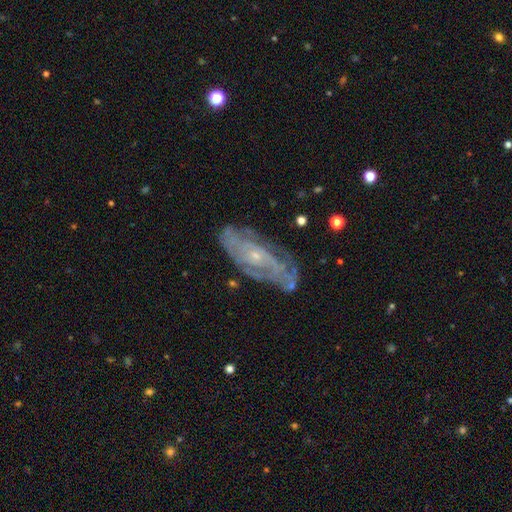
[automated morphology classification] Smooth or featured?
  - featured or disk: 79% *
  - smooth: 13%
  - star or artifact: 7%
Edge-on disk?
  - no: 88% *
  - yes: 12%
Bar?
  - no: 72% *
  - weak: 23%
  - strong: 5%
Spiral arms?
  - yes: 86% *
  - no: 14%
Spiral winding?
  - tight: 60% *
  - medium: 30%
  - loose: 10%
Spiral arm count?
  - can't tell: 47% *
  - 2: 26%
  - 3: 12%
  - 4: 6%
  - 1: 5%
  - more than 4: 4%
Bulge size?
  - small: 77% *
  - moderate: 19%
  - none: 3%
  - large: 1%
  - dominant: 1%
Merging?
  - none: 71% *
  - minor disturbance: 20%
  - major disturbance: 7%
  - merger: 2%